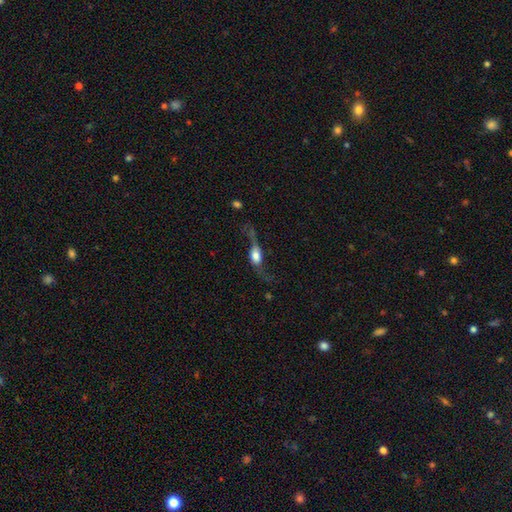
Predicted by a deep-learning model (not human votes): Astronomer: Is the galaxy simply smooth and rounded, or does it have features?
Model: featured or disk — 56% (runner-up: smooth, 35%).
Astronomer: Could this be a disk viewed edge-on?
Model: no — 68%.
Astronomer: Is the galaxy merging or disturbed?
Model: none — 41% (runner-up: major disturbance, 35%).